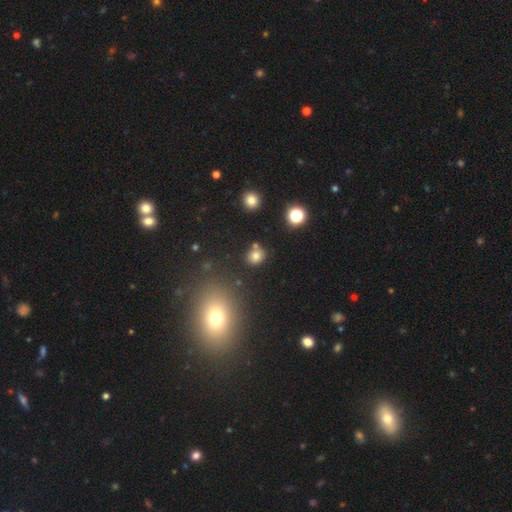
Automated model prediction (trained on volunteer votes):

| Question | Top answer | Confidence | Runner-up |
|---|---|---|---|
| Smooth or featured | smooth | 76% | star or artifact (16%) |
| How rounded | round | 76% | in between (23%) |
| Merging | none | 73% | merger (12%) |